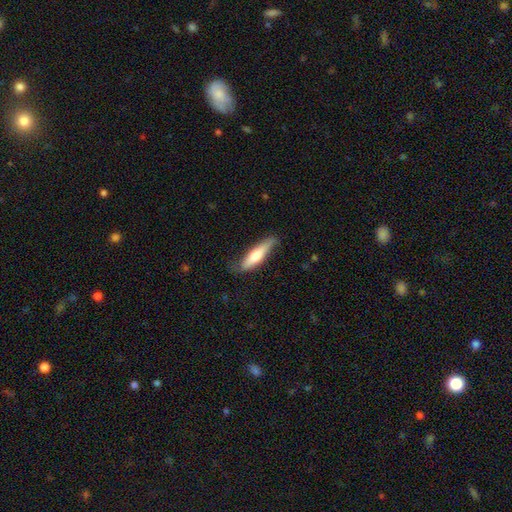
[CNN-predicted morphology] This appears to be a smooth galaxy with no disk features (63%) that is cigar-shaped (73%). Merging: none (69%).